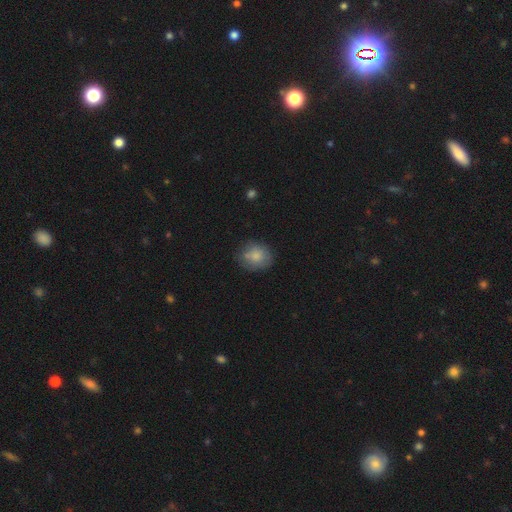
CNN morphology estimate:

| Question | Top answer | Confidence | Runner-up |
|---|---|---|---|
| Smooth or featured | smooth | 76% | featured or disk (16%) |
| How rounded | round | 68% | in between (31%) |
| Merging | none | 66% | minor disturbance (23%) |